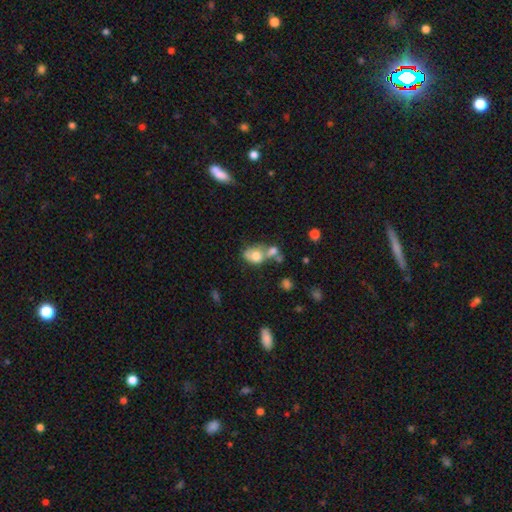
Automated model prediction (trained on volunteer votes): This appears to be a smooth galaxy with no disk features (71%) that is in between round and cigar-shaped (62%). Merging: merger (49%).